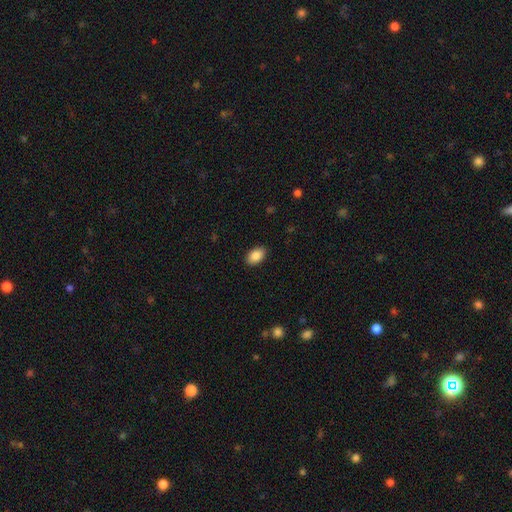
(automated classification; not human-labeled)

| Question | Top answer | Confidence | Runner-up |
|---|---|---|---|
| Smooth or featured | smooth | 88% | star or artifact (7%) |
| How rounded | in between | 91% | round (8%) |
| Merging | none | 89% | minor disturbance (8%) |